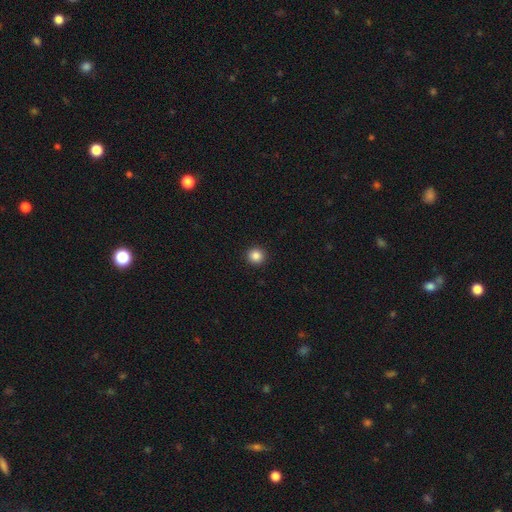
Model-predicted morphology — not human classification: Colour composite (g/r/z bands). It shows a smooth galaxy with no disk features (86%) that is round (95%). Merging: none (94%).